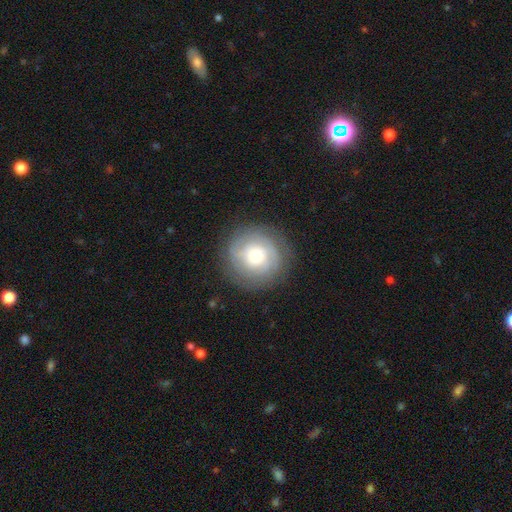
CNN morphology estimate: The model was most divided on "smooth or featured": featured or disk: 47%, smooth: 44%, star or artifact: 9%. More confident: merging — none (82%).